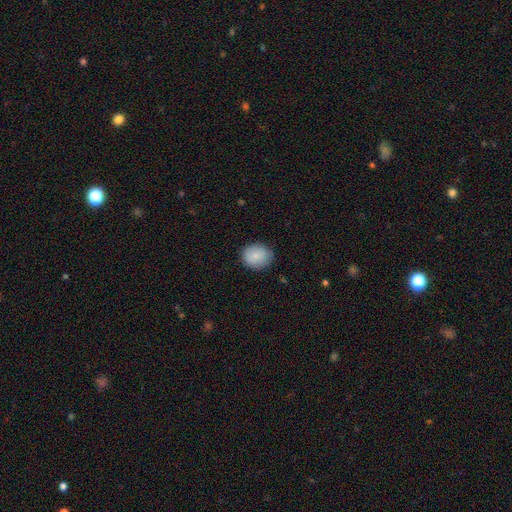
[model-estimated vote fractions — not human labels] A smooth galaxy with no disk features (86%) that is round (69%). Merging: none (85%).